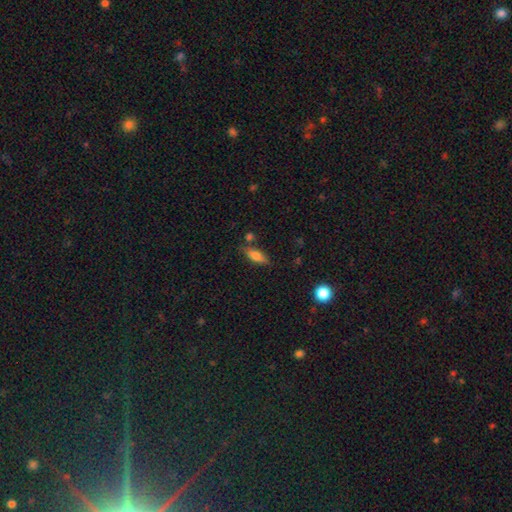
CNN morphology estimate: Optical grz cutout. It shows a smooth galaxy with no disk features (72%) that is in between round and cigar-shaped (60%). Merging: none (72%).